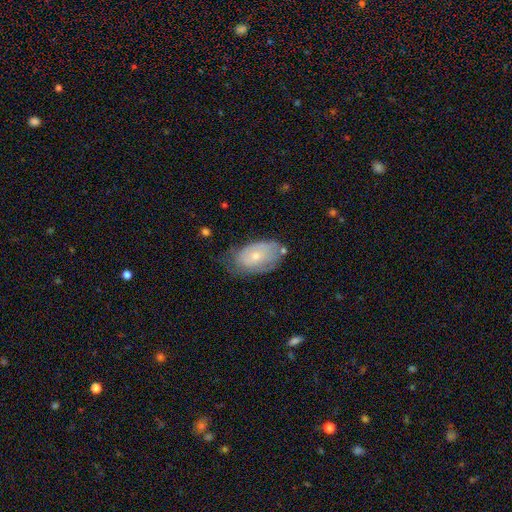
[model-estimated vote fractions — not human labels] Morphology: type=smooth (53%); roundness=in between (91%); merging=none (50%).